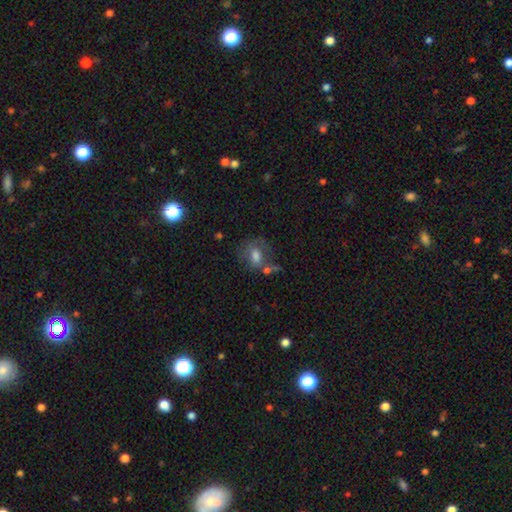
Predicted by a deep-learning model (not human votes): Q: Smooth or featured?
A: smooth (54%); runner-up: featured or disk (33%)
Q: How rounded?
A: in between (63%); runner-up: round (35%)
Q: Merging?
A: none (42%); runner-up: minor disturbance (21%)